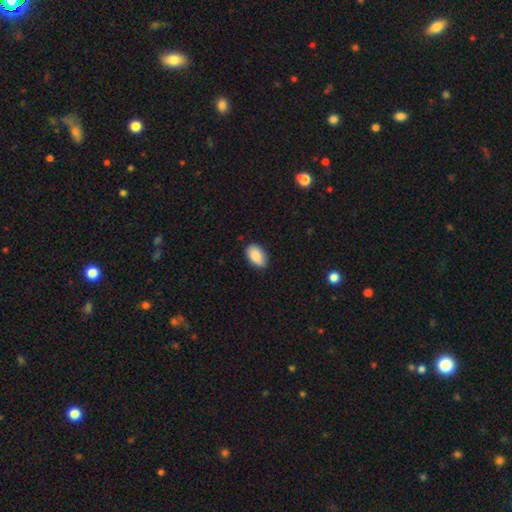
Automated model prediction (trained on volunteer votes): The model was most divided on "merging": none: 84%, minor disturbance: 13%, major disturbance: 2%, merger: 1%. More confident: how rounded — in between (92%); smooth or featured — smooth (88%).